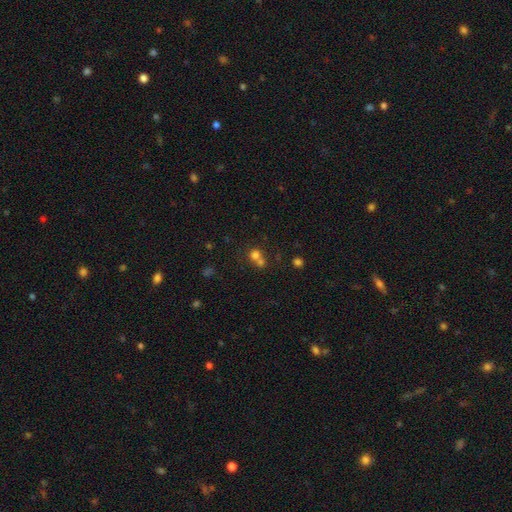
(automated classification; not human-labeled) The model was most divided on "merging": merger: 55%, none: 35%, minor disturbance: 6%, major disturbance: 3%. More confident: how rounded — round (81%); smooth or featured — smooth (71%).